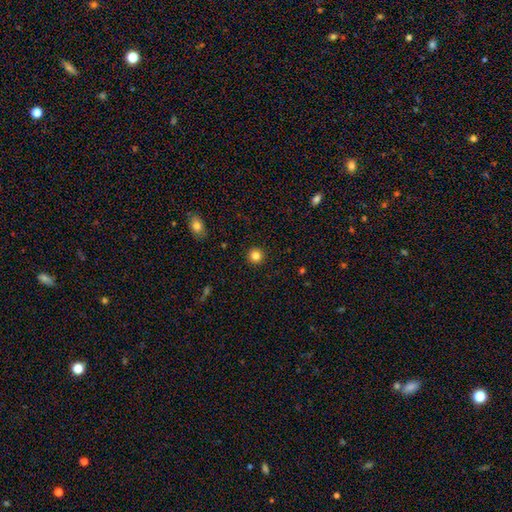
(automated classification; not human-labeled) smooth 84%, star or artifact 11%, featured or disk 5%. Down the decision tree: how rounded — round (95%); merging — none (93%).